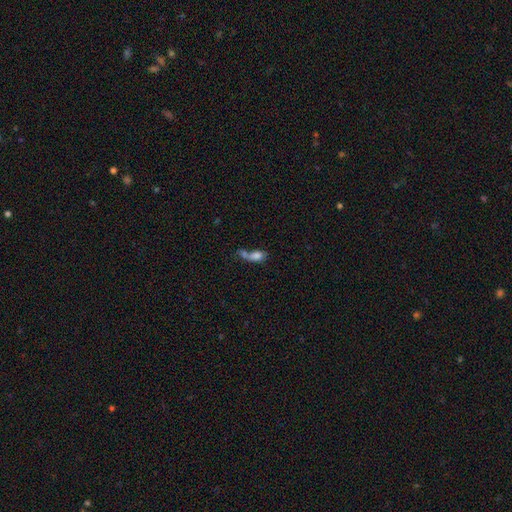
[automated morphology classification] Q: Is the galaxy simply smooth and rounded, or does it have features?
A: smooth — 73%.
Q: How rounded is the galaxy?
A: in between — 76%.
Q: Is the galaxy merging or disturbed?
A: merger — 59%.